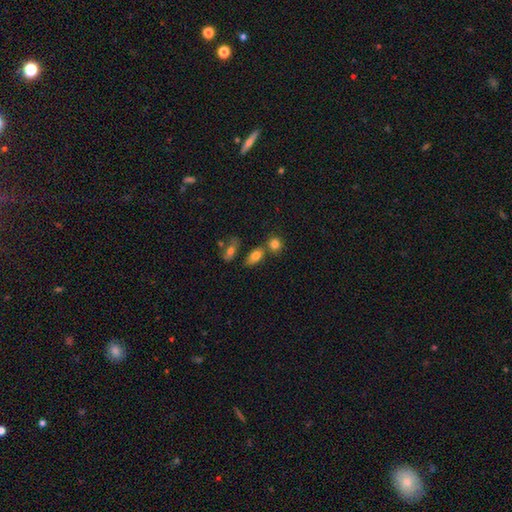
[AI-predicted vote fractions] Q: Smooth or featured?
A: smooth (77%); runner-up: featured or disk (13%)
Q: How rounded?
A: in between (71%); runner-up: round (22%)
Q: Merging?
A: none (58%); runner-up: merger (25%)